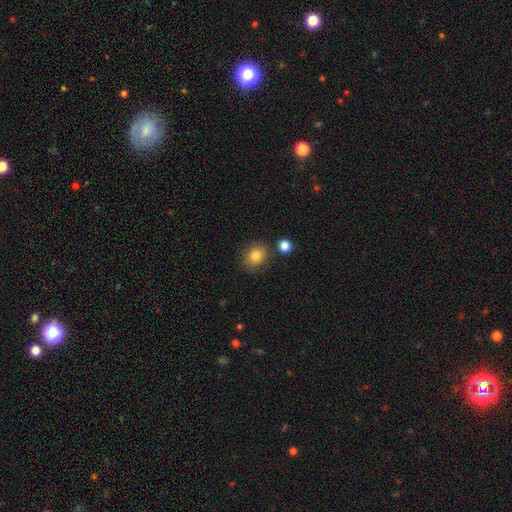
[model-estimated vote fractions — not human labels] This appears to be a smooth galaxy with no disk features (82%) that is round (62%). Merging: none (81%).